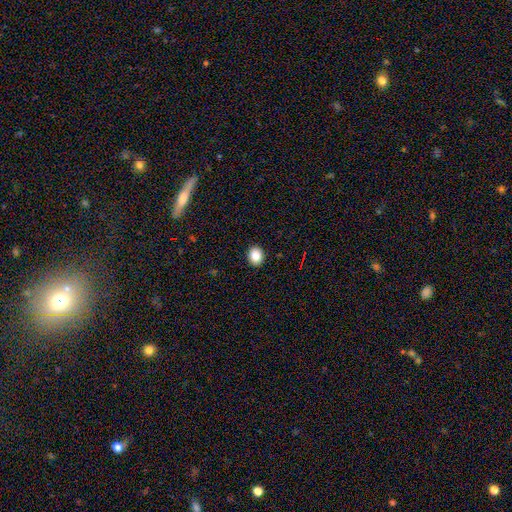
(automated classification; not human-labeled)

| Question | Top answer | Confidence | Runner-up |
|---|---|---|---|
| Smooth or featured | smooth | 85% | star or artifact (9%) |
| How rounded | round | 61% | in between (38%) |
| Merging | none | 92% | minor disturbance (6%) |